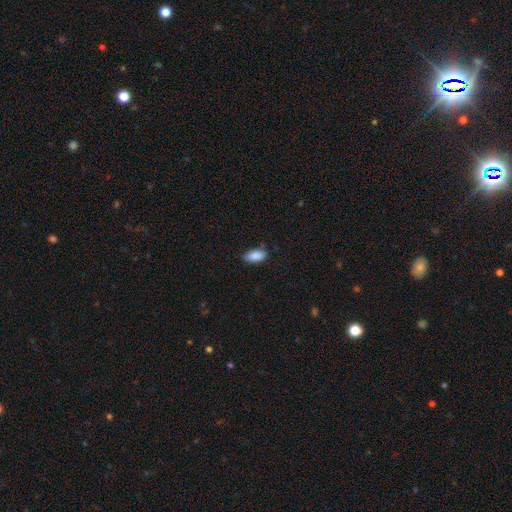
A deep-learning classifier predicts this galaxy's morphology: Smooth or featured: smooth — 88% (star or artifact — 7%)
How rounded: in between — 90% (cigar-shaped — 7%)
Merging: none — 75% (minor disturbance — 20%)